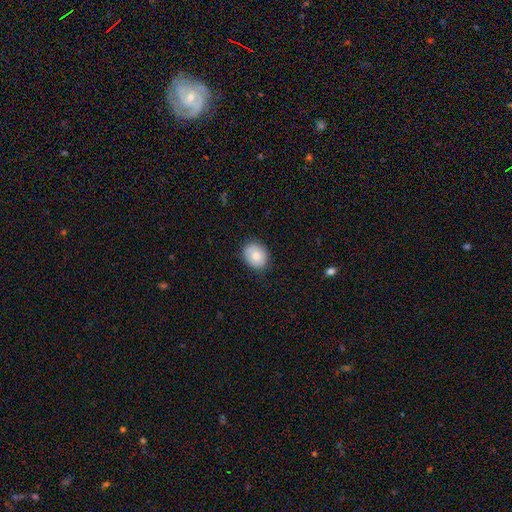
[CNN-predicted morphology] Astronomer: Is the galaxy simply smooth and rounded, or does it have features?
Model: smooth — 80%.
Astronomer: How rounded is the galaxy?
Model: round — 54% (runner-up: in between, 45%).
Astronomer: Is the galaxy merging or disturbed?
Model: none — 83%.